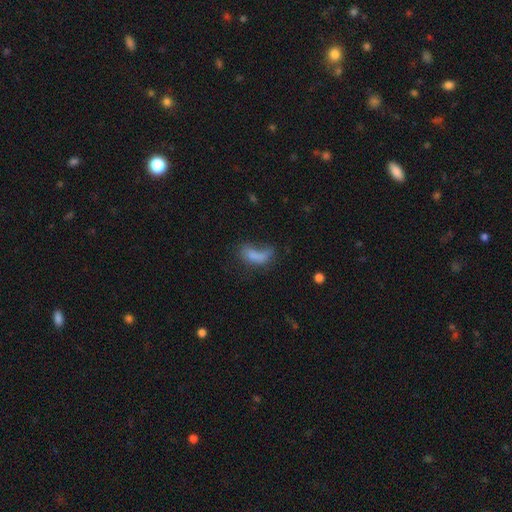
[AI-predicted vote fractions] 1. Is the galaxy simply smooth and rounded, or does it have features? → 65% smooth, 22% featured or disk, 13% star or artifact.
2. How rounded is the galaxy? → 82% in between, 12% cigar-shaped, 6% round.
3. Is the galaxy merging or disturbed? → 44% major disturbance, 24% none, 20% minor disturbance, 12% merger.